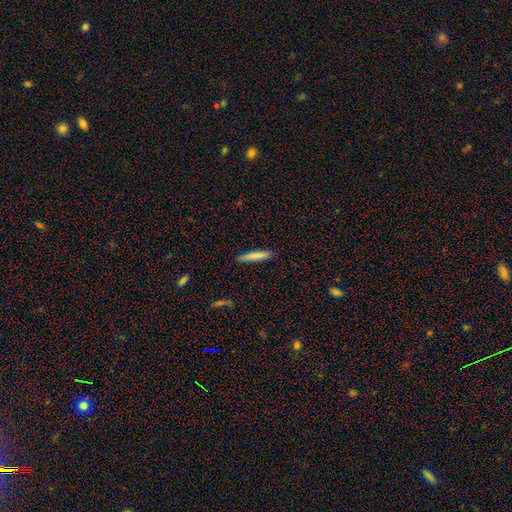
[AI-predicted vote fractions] A smooth galaxy with no disk features (81%) that is cigar-shaped (90%).

Vote fractions:
- Smooth or featured? smooth: 81% / featured or disk: 12% / star or artifact: 6%
- How rounded? cigar-shaped: 90% / in between: 8% / round: 1%
- Merging? none: 88% / minor disturbance: 9% / major disturbance: 2% / merger: 1%